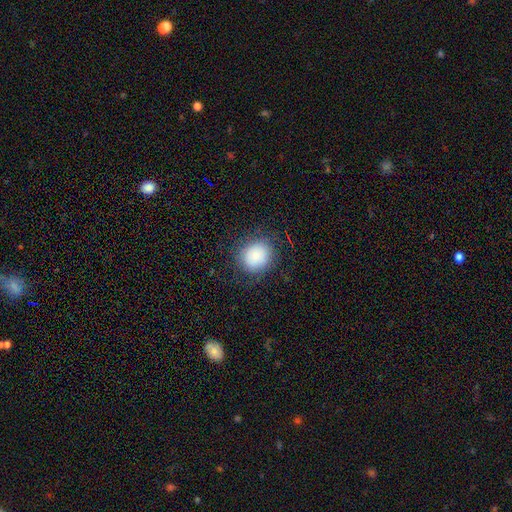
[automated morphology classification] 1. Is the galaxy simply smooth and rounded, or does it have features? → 82% smooth, 9% star or artifact, 9% featured or disk.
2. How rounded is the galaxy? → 82% round, 17% in between, 1% cigar-shaped.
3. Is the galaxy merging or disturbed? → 81% none, 12% minor disturbance, 6% major disturbance, 1% merger.